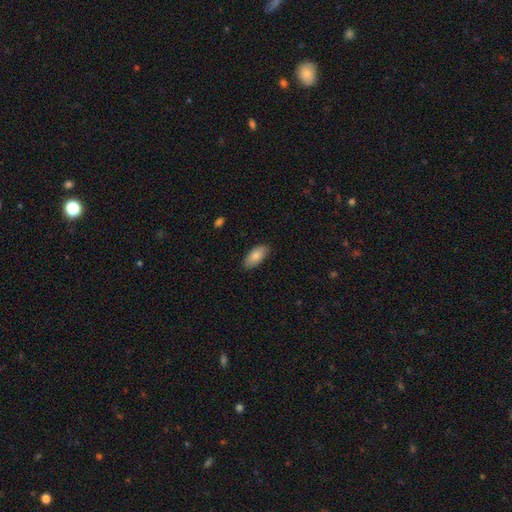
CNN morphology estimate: This is clearly a smooth galaxy (85%). How rounded: clearly in between (91%). Merging: clearly none (85%).